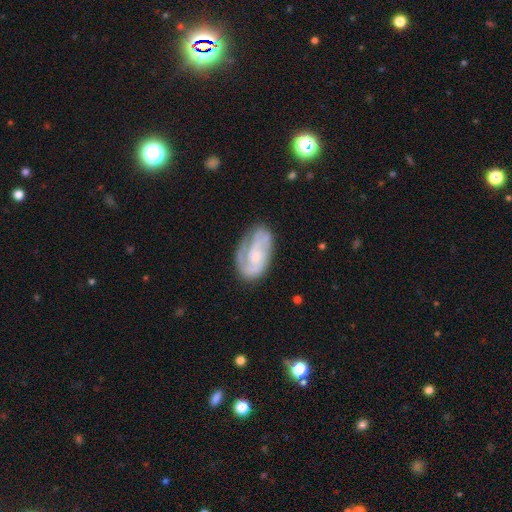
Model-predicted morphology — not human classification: Smooth or featured: featured or disk — 75% (smooth — 19%)
Edge-on disk: no — 97% (yes — 3%)
Bar: no — 65% (weak — 29%)
Spiral arms: yes — 90% (no — 10%)
Spiral winding: tight — 43% (medium — 41%)
Spiral arm count: 2 — 49% (can't tell — 22%)
Bulge size: small — 50% (moderate — 33%)
Merging: none — 62% (minor disturbance — 23%)